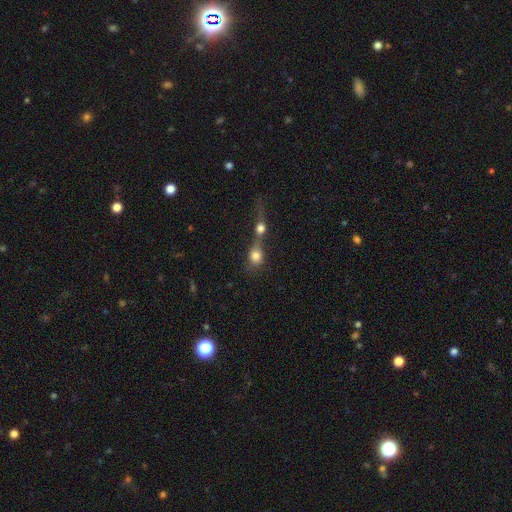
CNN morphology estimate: Smooth or featured: smooth — 76% (featured or disk — 13%)
How rounded: round — 62% (in between — 34%)
Merging: merger — 69% (none — 18%)